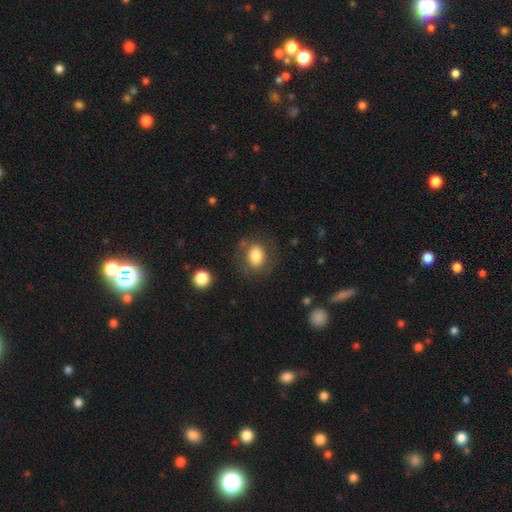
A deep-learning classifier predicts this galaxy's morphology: A smooth galaxy with no disk features (81%) that is in between round and cigar-shaped (53%). Merging: none (74%).